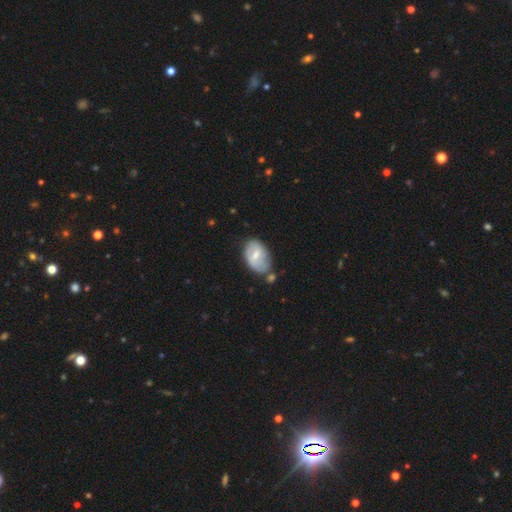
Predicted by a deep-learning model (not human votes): Morphology: type=smooth (49%); merging=none (47%).